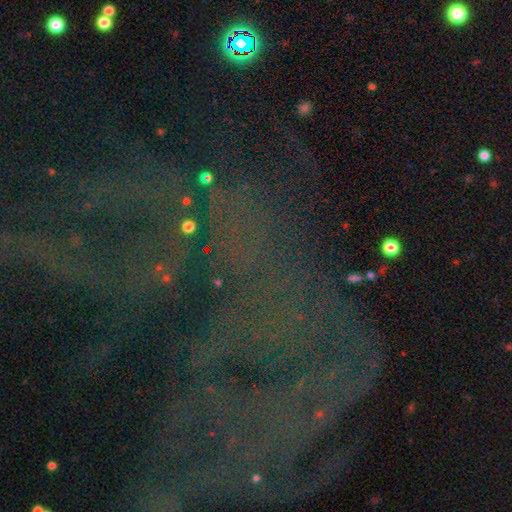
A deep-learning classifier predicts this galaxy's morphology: star or artifact 74%, featured or disk 15%, smooth 11%.